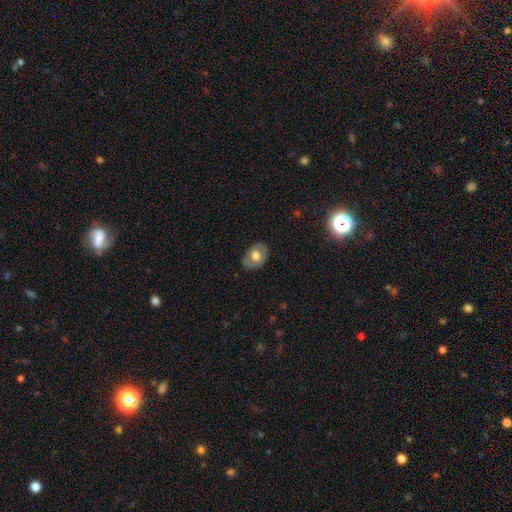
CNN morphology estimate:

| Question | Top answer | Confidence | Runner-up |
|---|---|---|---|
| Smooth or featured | smooth | 56% | featured or disk (37%) |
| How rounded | in between | 71% | round (28%) |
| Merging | none | 78% | minor disturbance (17%) |